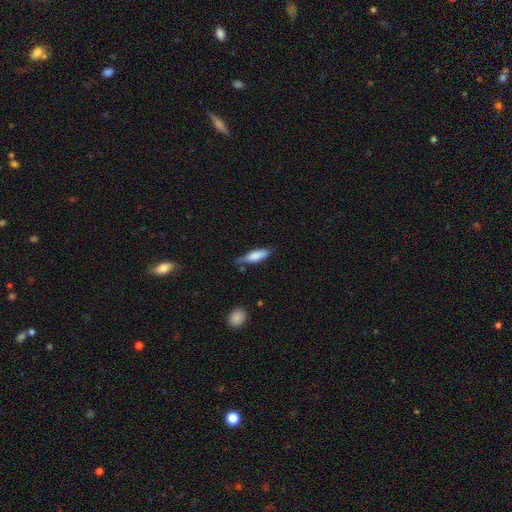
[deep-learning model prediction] smooth_or_featured: smooth (p=0.78) [alt: featured or disk p=0.16]
how_rounded: in between (p=0.49) [tied with: cigar-shaped p=0.49]
merging: none (p=0.54) [alt: minor disturbance p=0.34]